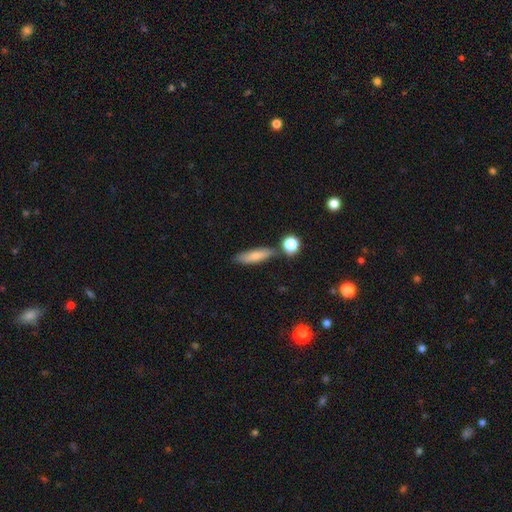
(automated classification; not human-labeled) This appears to be a smooth galaxy with no disk features (76%) that is cigar-shaped (58%). Merging: none (71%).